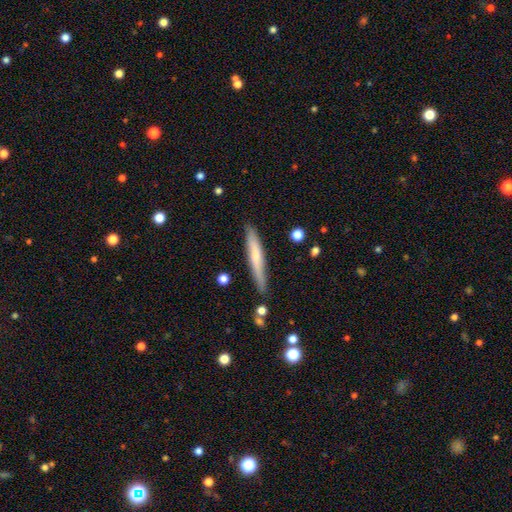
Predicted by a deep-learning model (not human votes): This is possibly a smooth galaxy (58%). How rounded: clearly cigar-shaped (94%). Merging: clearly none (83%).